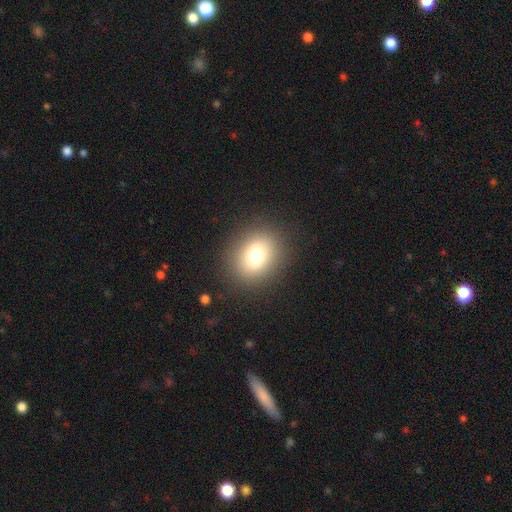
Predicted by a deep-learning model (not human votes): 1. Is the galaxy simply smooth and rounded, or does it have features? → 76% smooth, 12% featured or disk, 12% star or artifact.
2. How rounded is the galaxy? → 60% round, 39% in between, 1% cigar-shaped.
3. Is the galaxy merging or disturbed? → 88% none, 8% minor disturbance, 3% major disturbance, 1% merger.